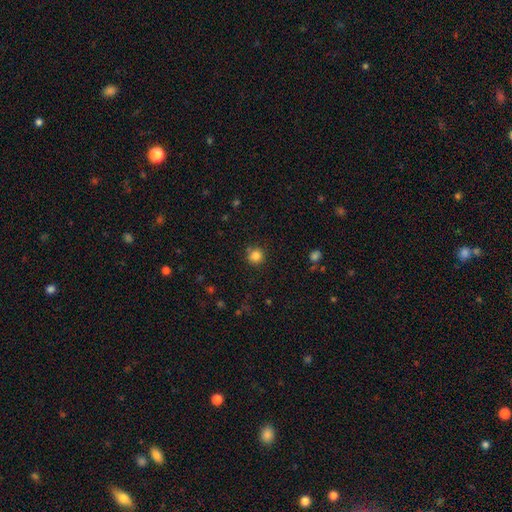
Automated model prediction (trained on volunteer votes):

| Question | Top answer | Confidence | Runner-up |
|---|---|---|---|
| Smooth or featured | smooth | 83% | star or artifact (12%) |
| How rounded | round | 92% | in between (7%) |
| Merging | none | 84% | minor disturbance (10%) |